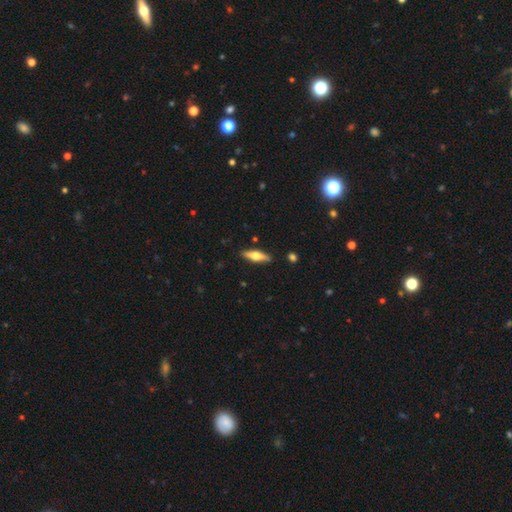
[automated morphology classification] Overall: featured or disk (53%; smooth 41%). Edge-on disk: yes (92%). Merging: none (88%).